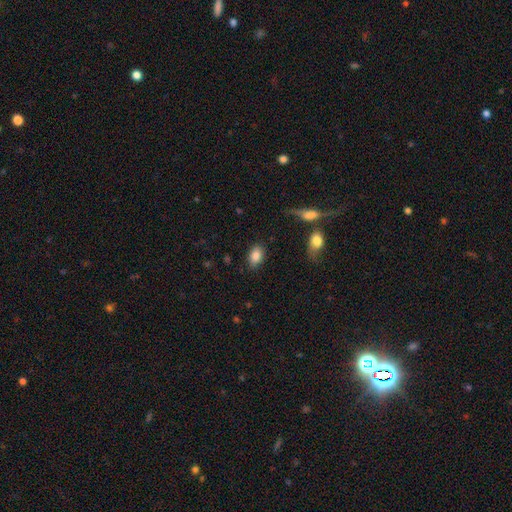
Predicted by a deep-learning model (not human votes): A smooth galaxy with no disk features (85%) that is in between round and cigar-shaped (89%).

Vote fractions:
- Smooth or featured? smooth: 85% / star or artifact: 8% / featured or disk: 7%
- How rounded? in between: 89% / round: 10% / cigar-shaped: 2%
- Merging? none: 83% / minor disturbance: 11% / major disturbance: 3% / merger: 2%